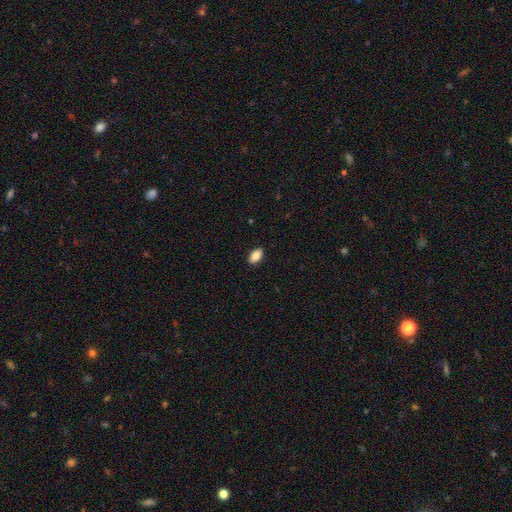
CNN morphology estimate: The model was most divided on "smooth or featured": smooth: 85%, featured or disk: 8%, star or artifact: 8%. More confident: how rounded — in between (91%); merging — none (89%).